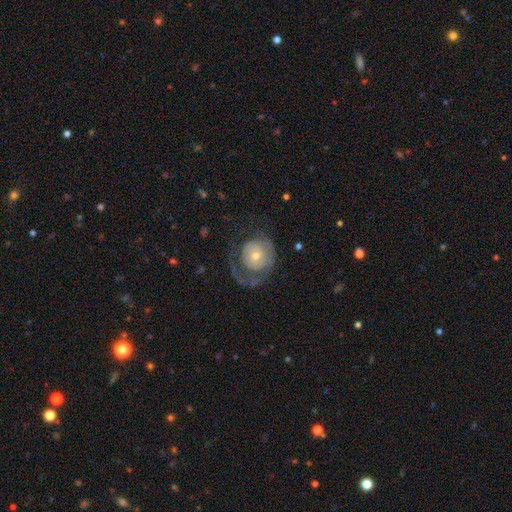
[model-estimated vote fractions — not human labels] Q: Smooth or featured?
A: featured or disk (56%); runner-up: smooth (37%)
Q: Edge-on disk?
A: no (97%); runner-up: yes (3%)
Q: Bar?
A: no (82%); runner-up: weak (15%)
Q: Spiral arms?
A: yes (63%); runner-up: no (37%)
Q: Bulge size?
A: small (54%); runner-up: moderate (39%)
Q: Merging?
A: major disturbance (41%); runner-up: none (39%)